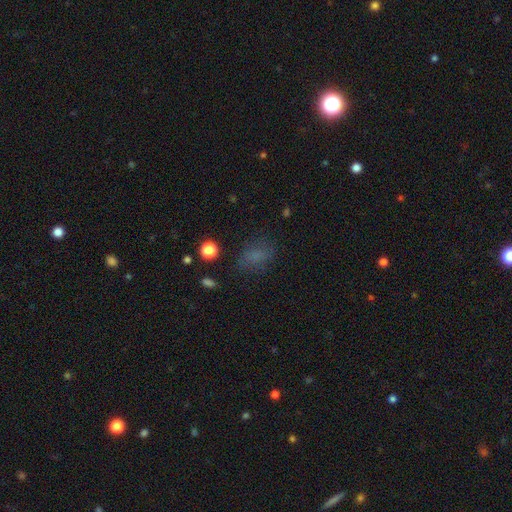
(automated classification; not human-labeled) Smooth or featured? smooth (68%)
How rounded? in between (76%)
Merging? none (69%)